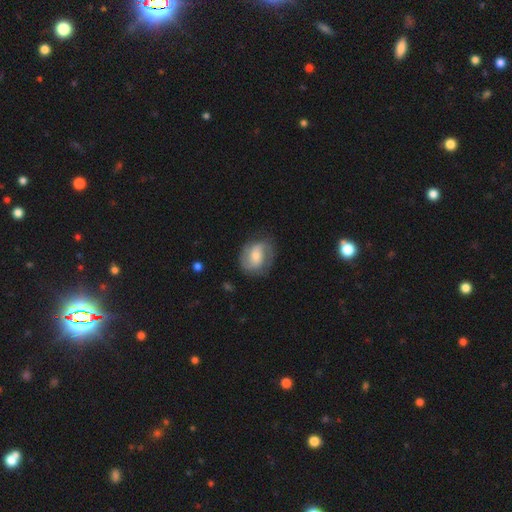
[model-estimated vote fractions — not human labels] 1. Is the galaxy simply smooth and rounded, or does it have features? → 62% featured or disk, 31% smooth, 7% star or artifact.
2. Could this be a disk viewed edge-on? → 97% no, 3% yes.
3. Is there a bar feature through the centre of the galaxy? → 43% weak, 39% no, 17% strong.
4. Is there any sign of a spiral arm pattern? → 88% yes, 12% no.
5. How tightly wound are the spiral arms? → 45% medium, 30% tight, 25% loose.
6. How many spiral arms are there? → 80% 2, 11% can't tell, 5% 1, 2% 3, 1% 4, 1% more than 4.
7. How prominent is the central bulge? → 46% moderate, 41% small, 7% large, 4% none, 1% dominant.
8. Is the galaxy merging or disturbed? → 73% none, 18% minor disturbance, 8% major disturbance, 1% merger.